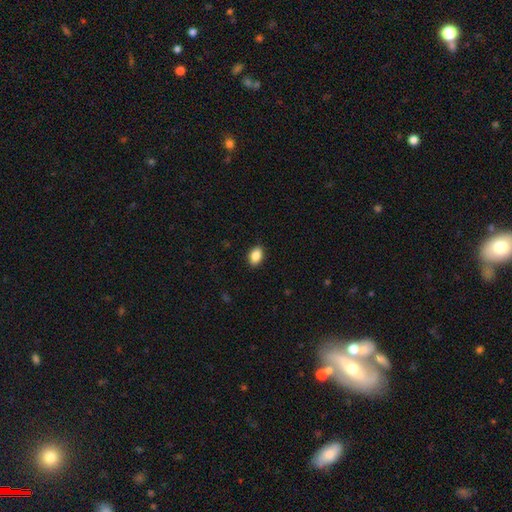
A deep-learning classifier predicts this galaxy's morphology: This is clearly a smooth galaxy (87%). How rounded: clearly in between (85%). Merging: clearly none (88%).